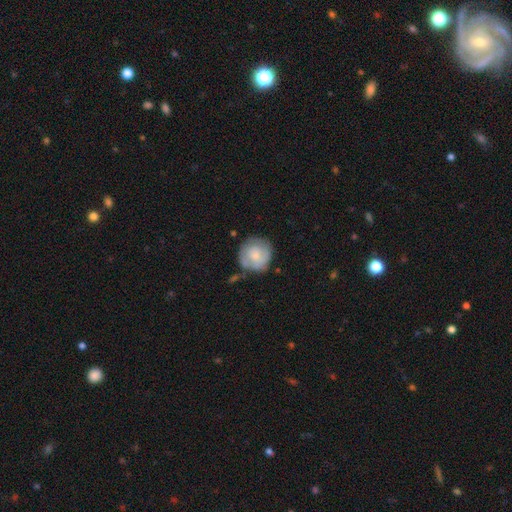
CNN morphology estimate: smooth 61%, featured or disk 33%, star or artifact 6%. Down the decision tree: how rounded — round (92%); merging — none (68%).